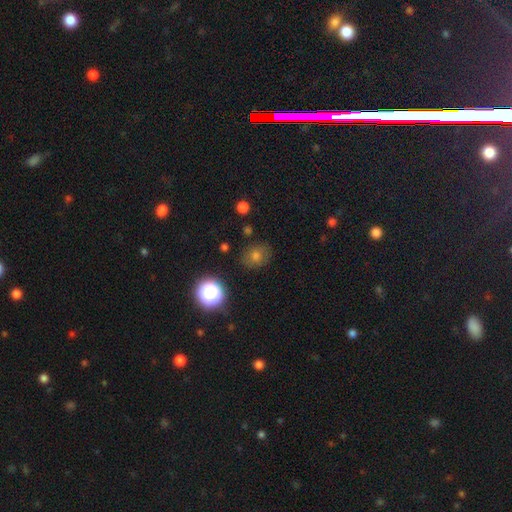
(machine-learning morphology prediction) This appears to be a smooth galaxy with no disk features (71%) that is round (64%). Merging: none (81%).